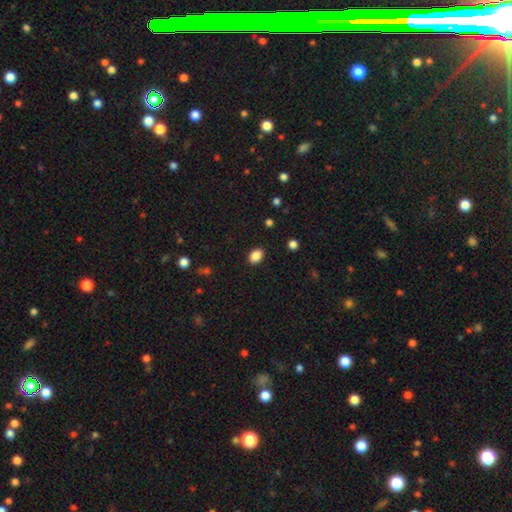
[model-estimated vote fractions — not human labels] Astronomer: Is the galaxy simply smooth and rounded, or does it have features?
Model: smooth — 87%.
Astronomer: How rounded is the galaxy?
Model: in between — 70%.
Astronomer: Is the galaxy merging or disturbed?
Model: none — 89%.